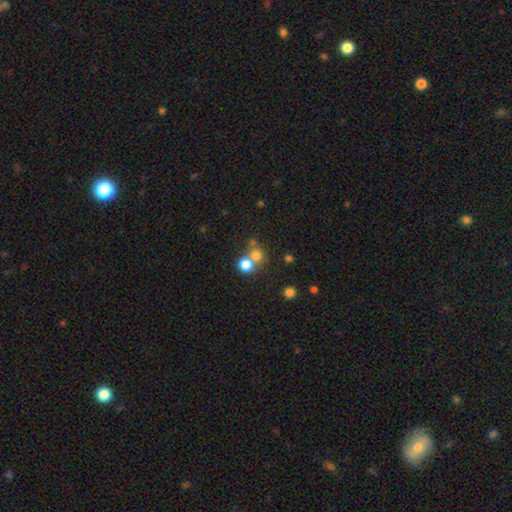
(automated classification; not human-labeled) Morphology: type=smooth (74%); roundness=round (86%); merging=none (48%).